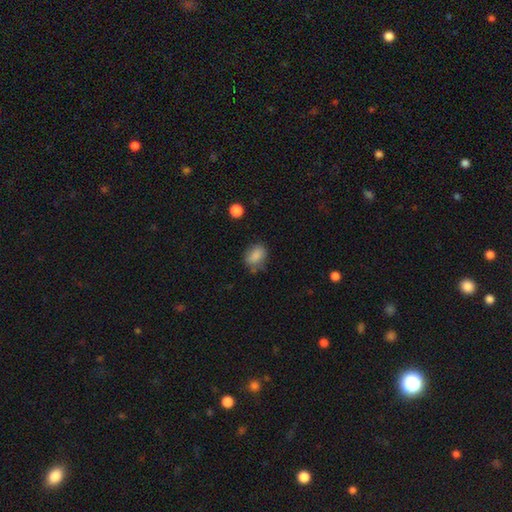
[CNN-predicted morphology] Overall: smooth (83%). How rounded: in between (70%). Merging: none (65%).